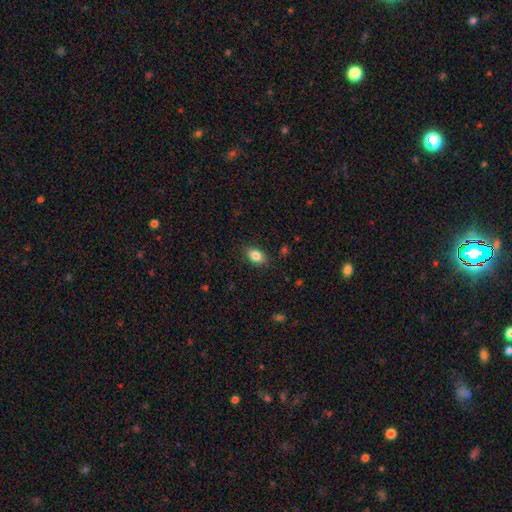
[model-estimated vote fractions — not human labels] A smooth galaxy with no disk features (84%) that is in between round and cigar-shaped (87%). Merging: none (86%).